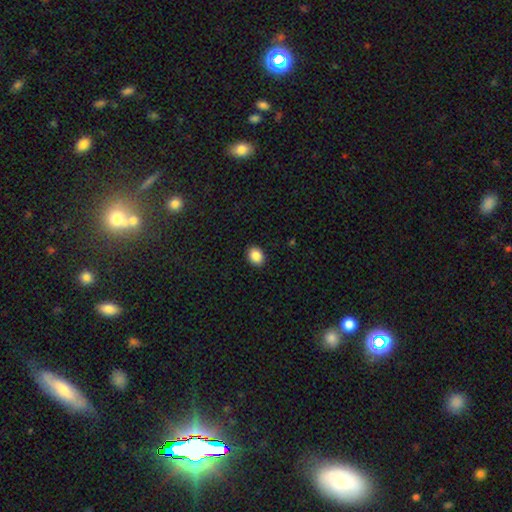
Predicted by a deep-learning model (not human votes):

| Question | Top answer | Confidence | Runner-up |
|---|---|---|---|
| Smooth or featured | smooth | 87% | star or artifact (9%) |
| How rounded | in between | 59% | round (40%) |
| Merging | none | 90% | minor disturbance (7%) |